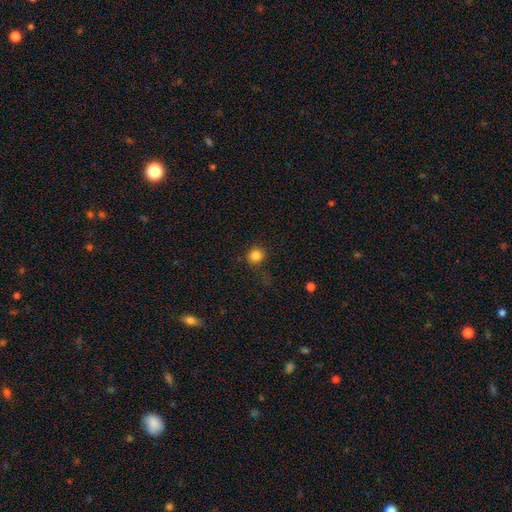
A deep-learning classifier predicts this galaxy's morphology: smooth-or-featured: smooth: 83% | star or artifact: 12% | featured or disk: 4%
  how-rounded: round: 90% | in between: 9% | cigar-shaped: 1%
  merging: none: 82% | minor disturbance: 12% | major disturbance: 4% | merger: 2%